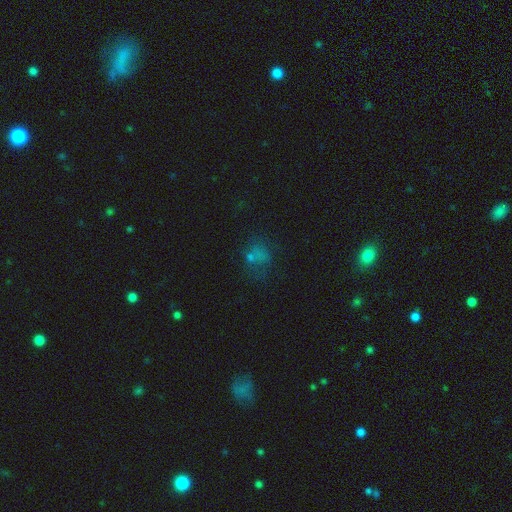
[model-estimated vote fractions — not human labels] Smooth or featured: smooth — 51% (star or artifact — 26%)
How rounded: round — 52% (in between — 47%)
Merging: none — 40% (major disturbance — 25%)